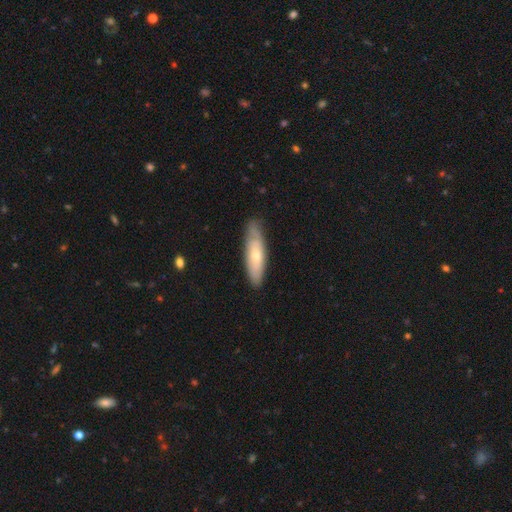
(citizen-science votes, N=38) smooth 53%, featured or disk 47%, star or artifact 0%. Down the decision tree: how rounded — cigar-shaped (70%); merging — none (82%).